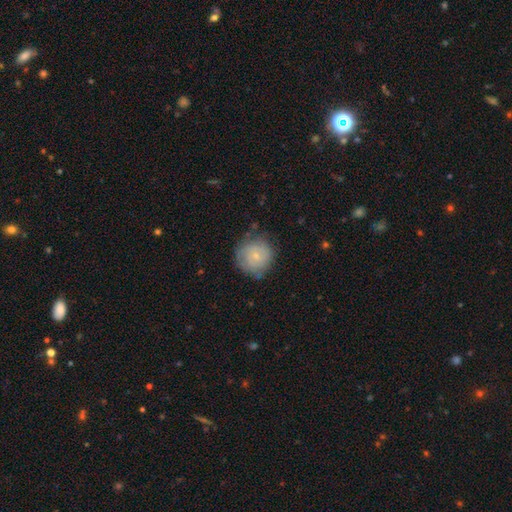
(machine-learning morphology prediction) smooth_or_featured: smooth (p=0.60) [alt: featured or disk p=0.32]
how_rounded: round (p=0.92) [alt: in between p=0.07]
merging: none (p=0.73) [alt: minor disturbance p=0.20]